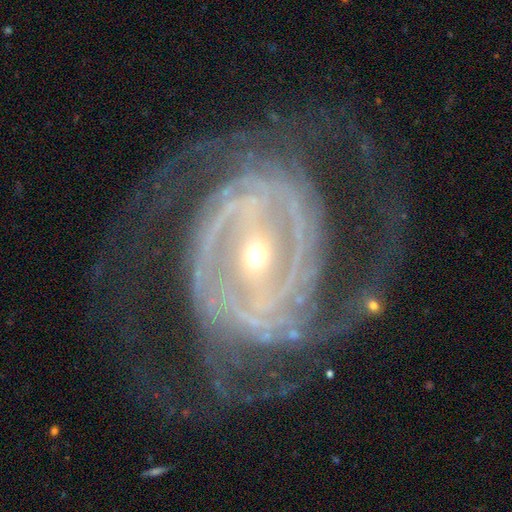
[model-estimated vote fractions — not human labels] Morphology: type=featured or disk (91%); edge-on=no (96%); bar=strong (60%); spiral arms=yes (93%); winding=tight (51%); arm count=2 (38%); bulge=small (65%); merging=none (64%).